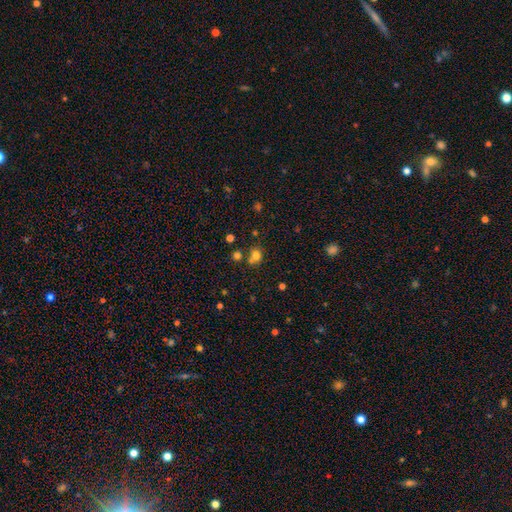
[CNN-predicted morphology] Smooth or featured?
  - smooth: 75% *
  - star or artifact: 17%
  - featured or disk: 9%
How rounded?
  - round: 69% *
  - in between: 29%
  - cigar-shaped: 1%
Merging?
  - none: 53% *
  - merger: 30%
  - minor disturbance: 12%
  - major disturbance: 5%